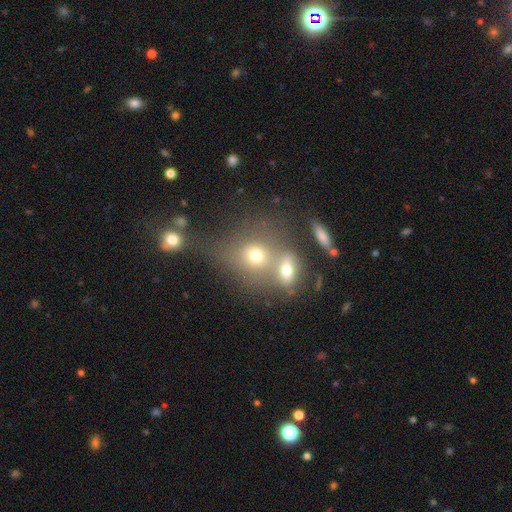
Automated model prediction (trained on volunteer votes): This is likely a smooth galaxy (68%). How rounded: likely round (64%). Merging: possibly merger (51%).